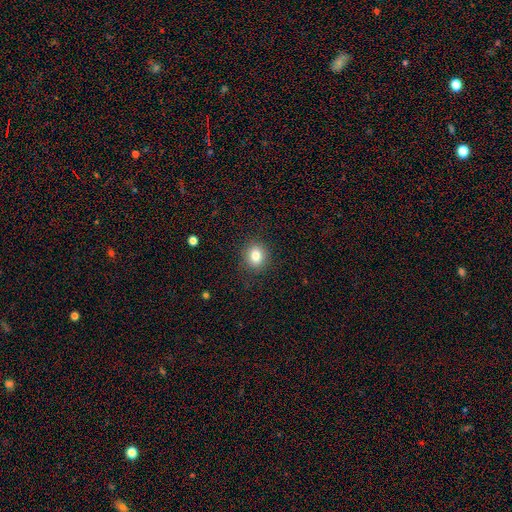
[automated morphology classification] smooth_or_featured: smooth (p=0.82) [alt: star or artifact p=0.11]
how_rounded: round (p=0.75) [alt: in between p=0.24]
merging: none (p=0.88) [alt: minor disturbance p=0.08]